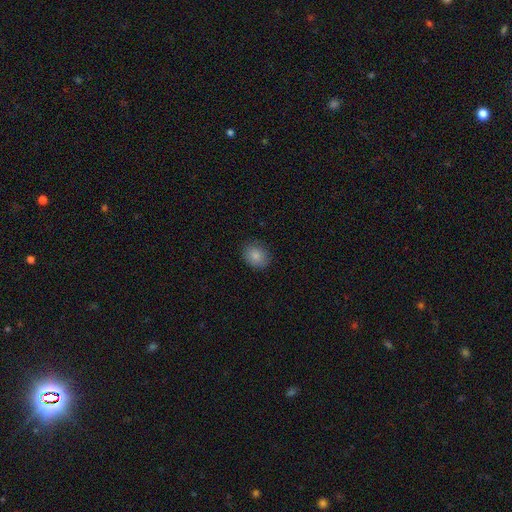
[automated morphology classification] Smooth or featured? smooth (86%)
How rounded? in between (52%)
Merging? none (85%)